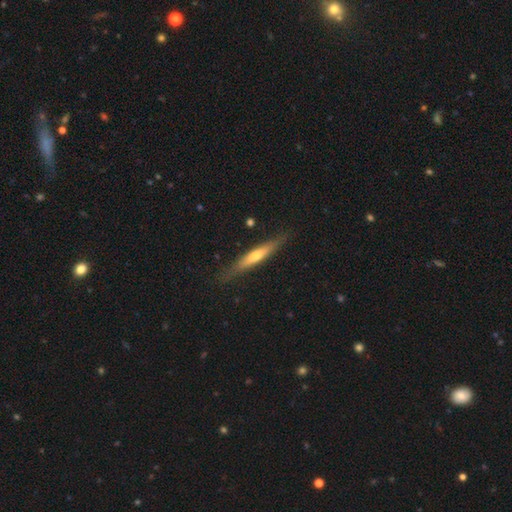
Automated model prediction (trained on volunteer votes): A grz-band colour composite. It shows a smooth galaxy with no disk features (48%). Merging: none (83%).